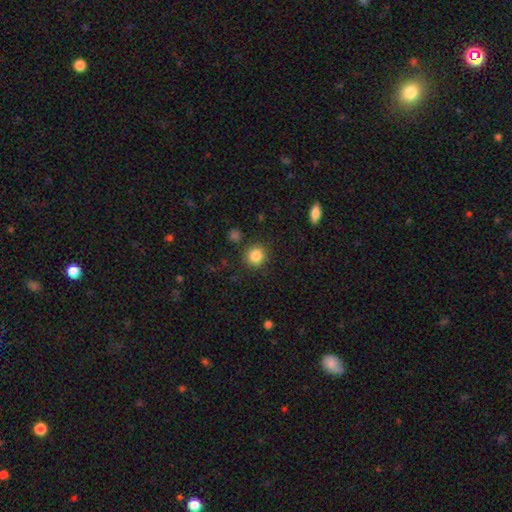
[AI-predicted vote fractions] This appears to be a smooth galaxy with no disk features (84%) that is round (91%). Merging: none (87%).